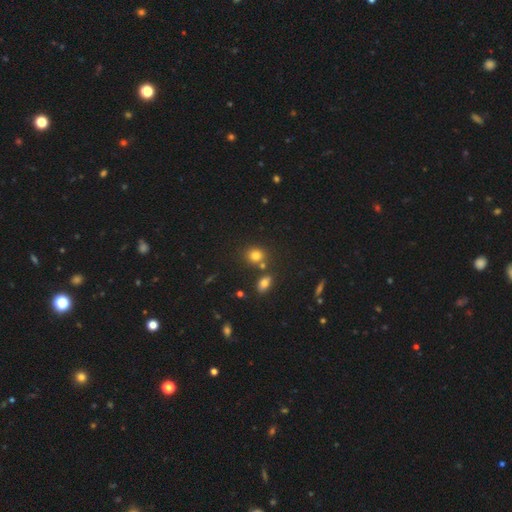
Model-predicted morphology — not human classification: Smooth or featured? smooth (79%)
How rounded? round (69%)
Merging? none (68%)